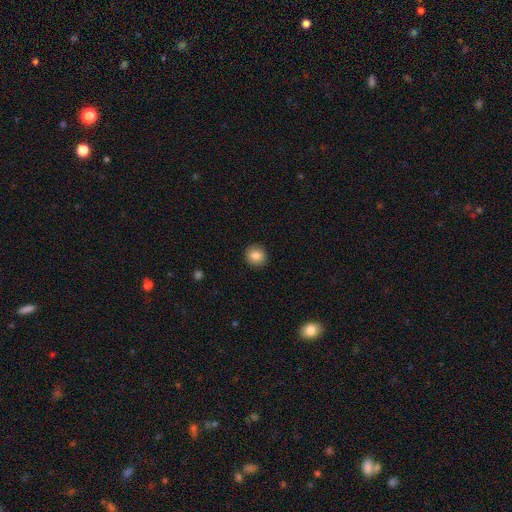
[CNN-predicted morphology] A smooth galaxy with no disk features (84%) that is round (88%). Merging: none (92%).